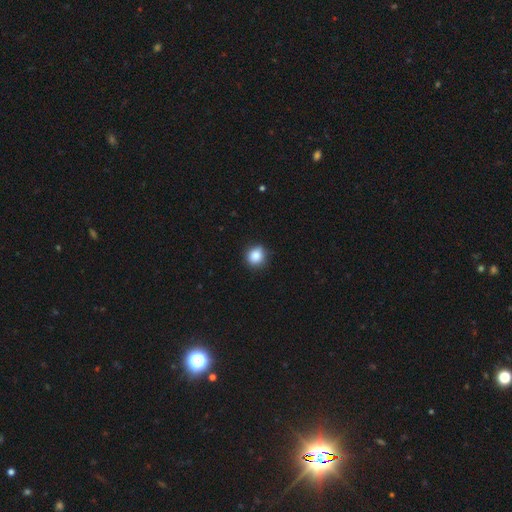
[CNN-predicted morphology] A smooth galaxy with no disk features (86%) that is round (85%).

Vote fractions:
- Smooth or featured? smooth: 86% / star or artifact: 10% / featured or disk: 4%
- How rounded? round: 85% / in between: 14% / cigar-shaped: 1%
- Merging? none: 85% / minor disturbance: 12% / major disturbance: 2% / merger: 1%